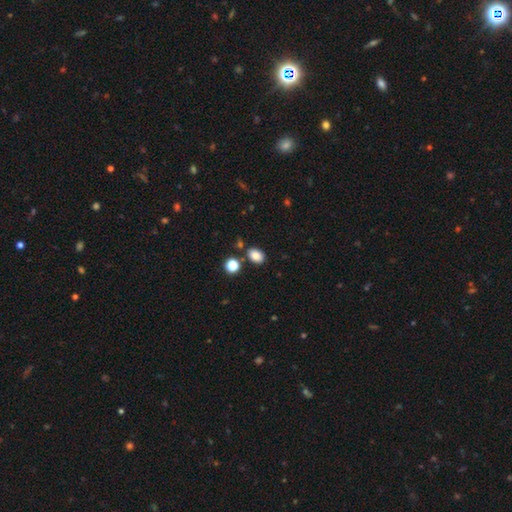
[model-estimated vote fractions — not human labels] The model was most divided on "how rounded": in between: 76%, round: 23%, cigar-shaped: 1%. More confident: smooth or featured — smooth (84%); merging — none (80%).